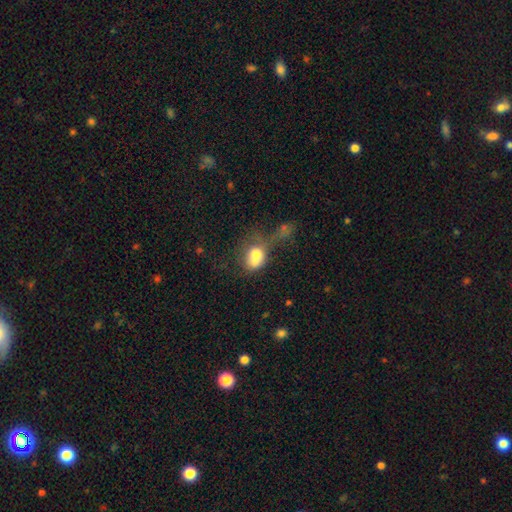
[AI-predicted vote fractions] Overall: smooth (70%). How rounded: in between (63%; round 35%). Merging: merger (36%; major disturbance 31%).